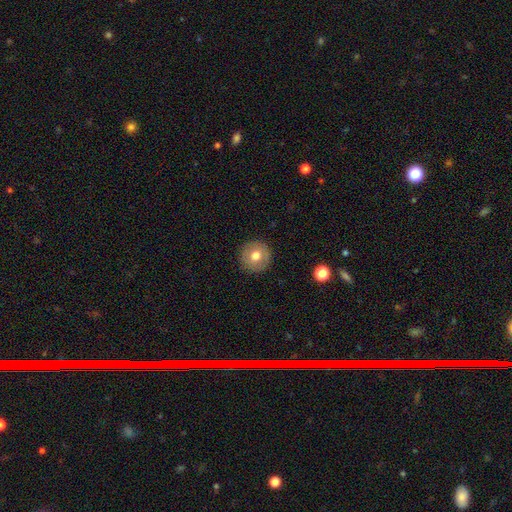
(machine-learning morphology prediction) Smooth or featured: smooth — 71% (featured or disk — 21%)
How rounded: round — 96% (in between — 3%)
Merging: none — 91% (minor disturbance — 6%)